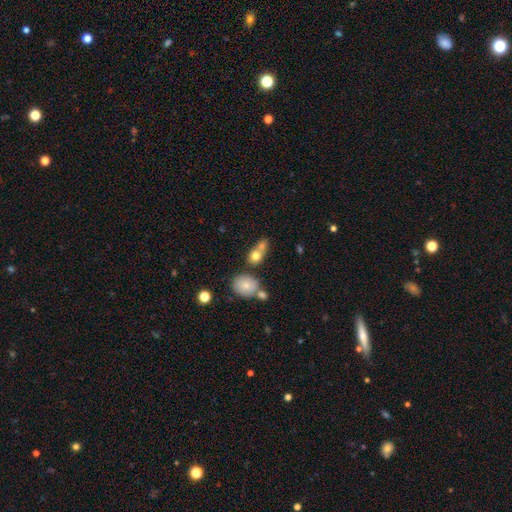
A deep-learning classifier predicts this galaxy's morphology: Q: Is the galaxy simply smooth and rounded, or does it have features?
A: smooth — 75%.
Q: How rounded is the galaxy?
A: round — 52%.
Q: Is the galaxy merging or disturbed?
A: merger — 50%.